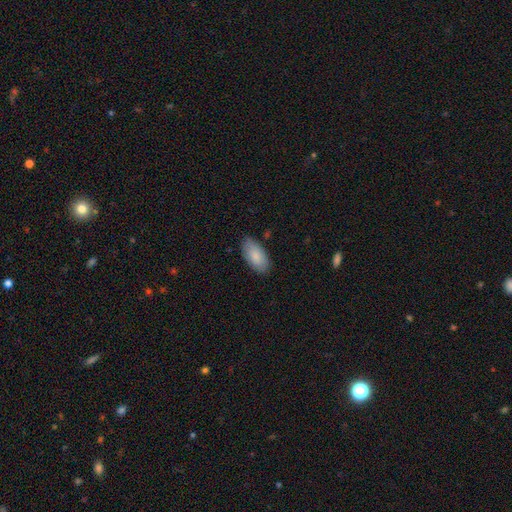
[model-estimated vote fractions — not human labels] Q: Smooth or featured?
A: smooth (83%); runner-up: featured or disk (11%)
Q: How rounded?
A: in between (94%); runner-up: cigar-shaped (3%)
Q: Merging?
A: none (81%); runner-up: minor disturbance (15%)